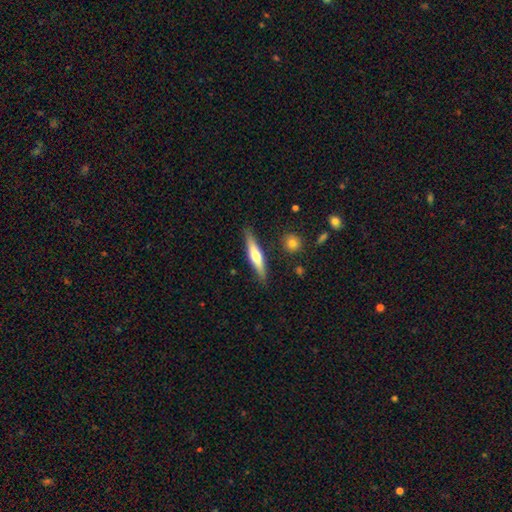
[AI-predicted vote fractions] smooth-or-featured: featured or disk: 49% | smooth: 45% | star or artifact: 6%
  merging: none: 86% | minor disturbance: 10% | major disturbance: 2% | merger: 2%